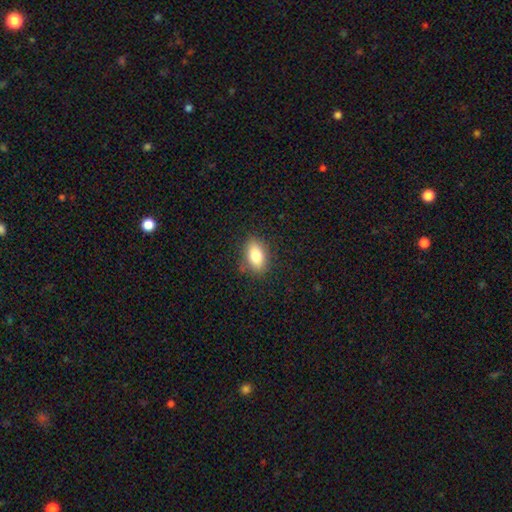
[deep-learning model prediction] A smooth galaxy with no disk features (82%) that is in between round and cigar-shaped (88%). Merging: none (84%).